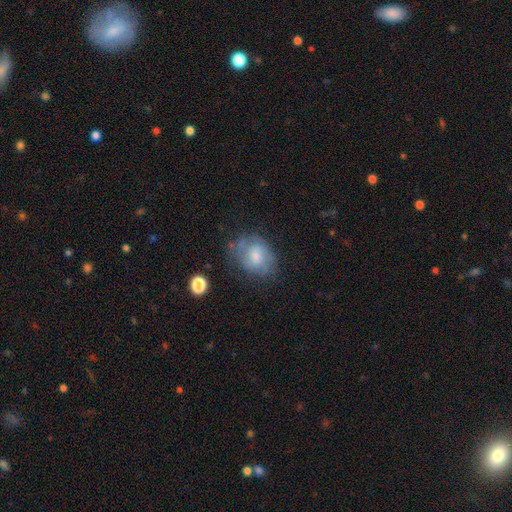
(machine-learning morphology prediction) smooth_or_featured: featured or disk (p=0.50) [alt: smooth p=0.42]
disk_edge_on: no (p=0.97) [alt: yes p=0.03]
merging: none (p=0.56) [alt: minor disturbance p=0.27]